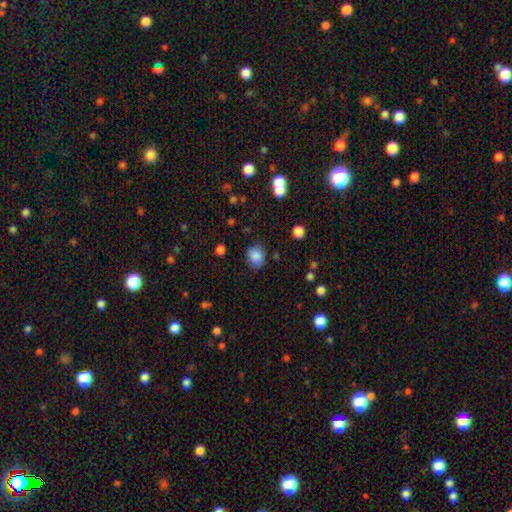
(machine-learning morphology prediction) This appears to be a smooth galaxy with no disk features (85%) that is round (65%). Merging: none (75%).